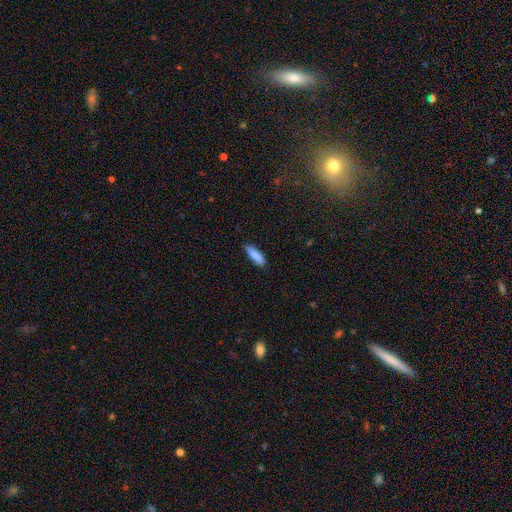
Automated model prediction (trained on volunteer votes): smooth_or_featured: smooth (p=0.87) [alt: featured or disk p=0.07]
how_rounded: cigar-shaped (p=0.64) [alt: in between p=0.34]
merging: none (p=0.81) [alt: minor disturbance p=0.15]